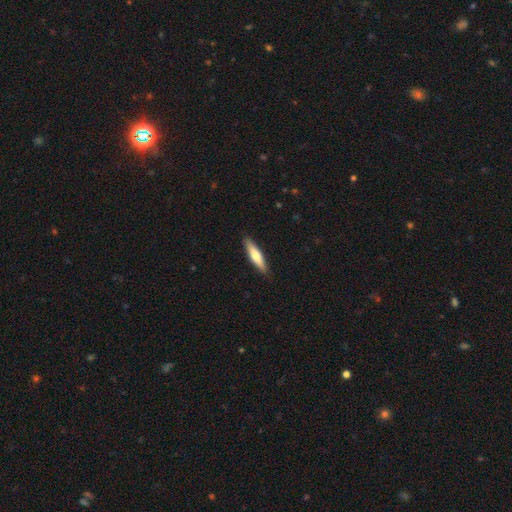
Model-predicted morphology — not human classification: type=smooth (60%); roundness=cigar-shaped (77%); merging=none (89%).